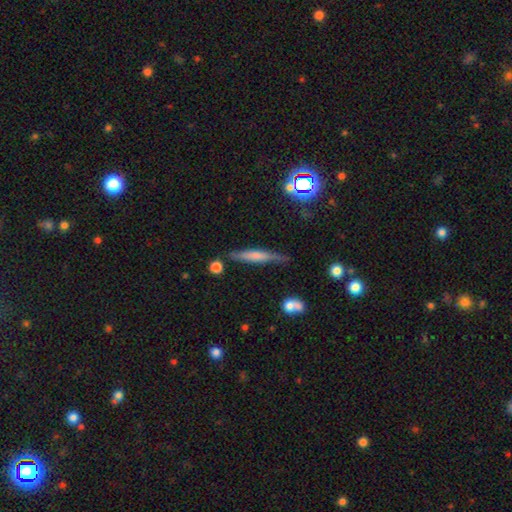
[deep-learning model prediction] This is possibly a smooth galaxy (49%). Merging: likely none (74%).